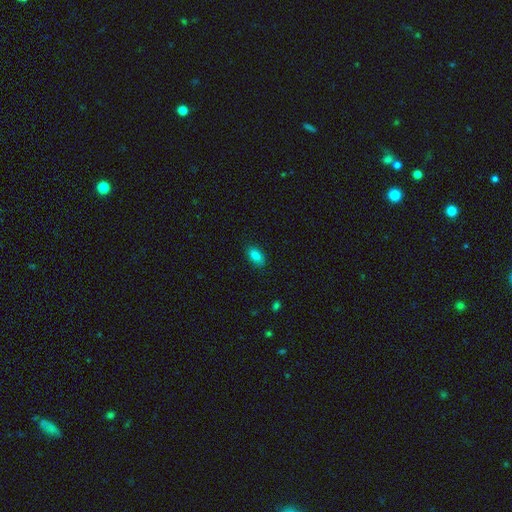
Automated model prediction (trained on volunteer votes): Smooth or featured? smooth (87%)
How rounded? in between (90%)
Merging? none (86%)